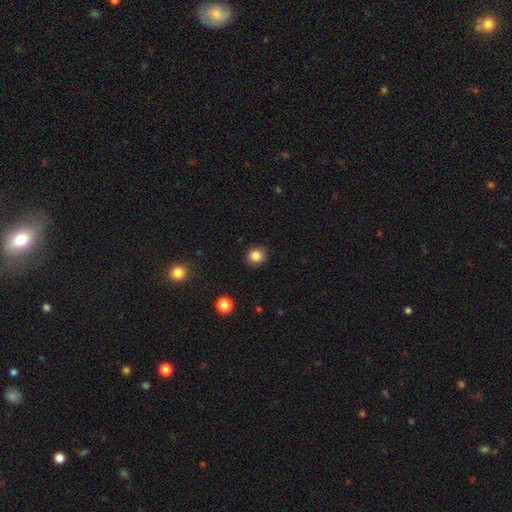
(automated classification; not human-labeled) Smooth or featured? smooth (84%)
How rounded? round (80%)
Merging? none (90%)